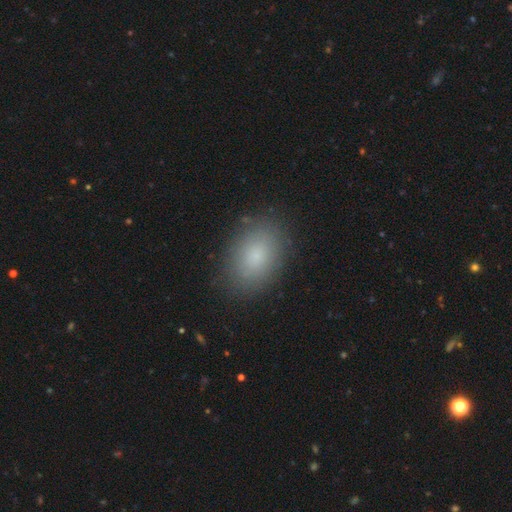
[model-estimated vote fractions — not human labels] A smooth galaxy with no disk features (81%) that is in between round and cigar-shaped (84%).

Vote fractions:
- Smooth or featured? smooth: 81% / star or artifact: 10% / featured or disk: 9%
- How rounded? in between: 84% / round: 15% / cigar-shaped: 1%
- Merging? none: 86% / minor disturbance: 10% / major disturbance: 3% / merger: 1%